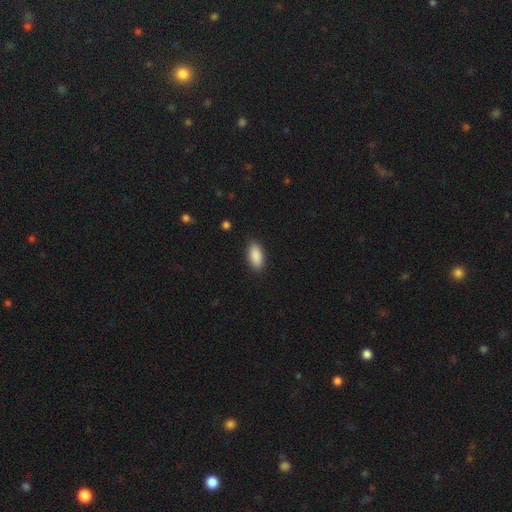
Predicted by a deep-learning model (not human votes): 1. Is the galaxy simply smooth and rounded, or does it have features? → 90% smooth, 6% star or artifact, 4% featured or disk.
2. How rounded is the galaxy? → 91% in between, 6% cigar-shaped, 2% round.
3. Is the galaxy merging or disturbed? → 89% none, 8% minor disturbance, 2% major disturbance, 1% merger.